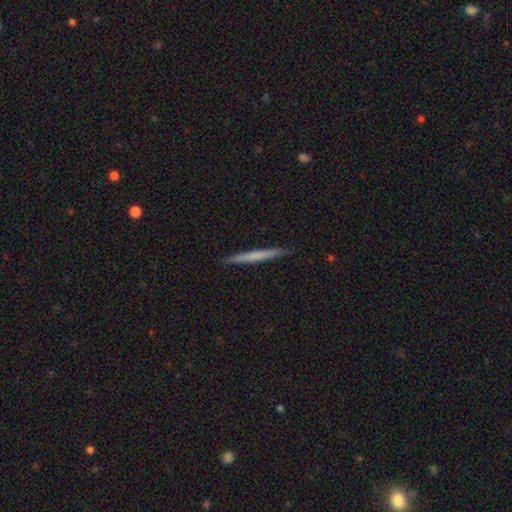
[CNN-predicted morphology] Smooth or featured?
  - smooth: 57% *
  - featured or disk: 37%
  - star or artifact: 6%
How rounded?
  - cigar-shaped: 97% *
  - in between: 2%
  - round: 1%
Merging?
  - none: 91% *
  - minor disturbance: 6%
  - major disturbance: 1%
  - merger: 1%